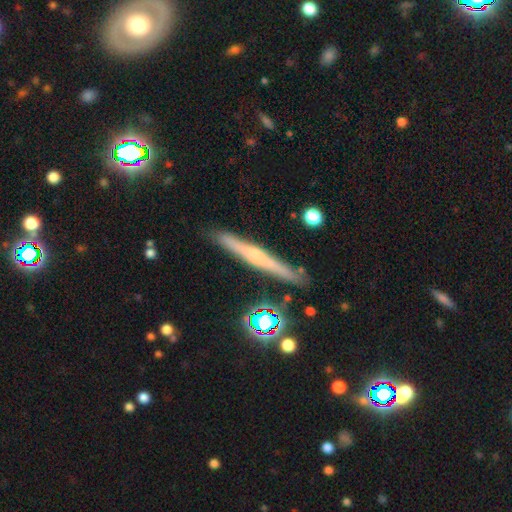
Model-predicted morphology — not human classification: This appears to be a featured or disk galaxy (58%) viewed edge-on (97%) with a rounded central bulge (57%). Merging: none (88%).